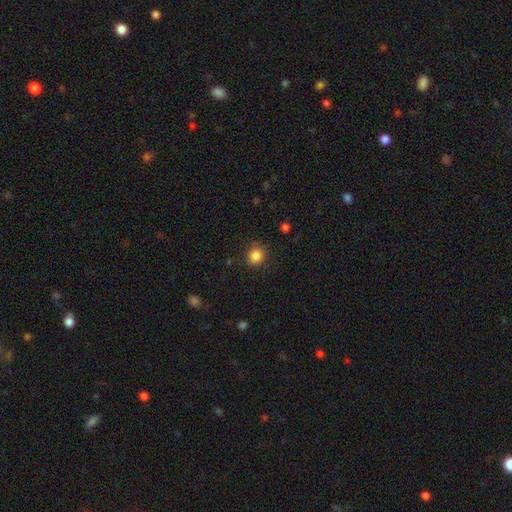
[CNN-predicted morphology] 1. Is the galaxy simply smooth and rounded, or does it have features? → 85% smooth, 11% star or artifact, 4% featured or disk.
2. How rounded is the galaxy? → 89% round, 10% in between, 1% cigar-shaped.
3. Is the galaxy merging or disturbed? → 86% none, 10% minor disturbance, 3% major disturbance, 1% merger.